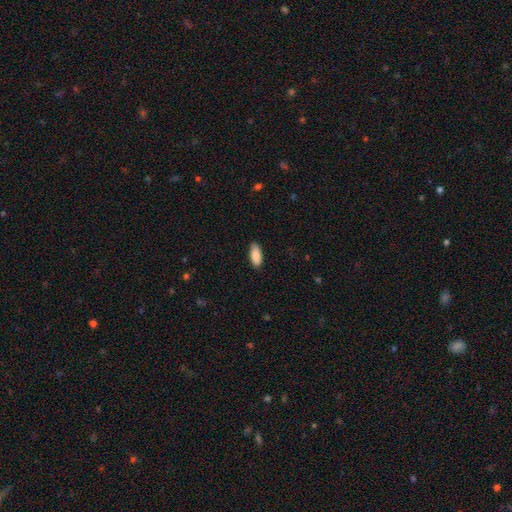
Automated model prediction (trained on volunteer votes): Morphology: type=smooth (89%); roundness=in between (83%); merging=none (86%).